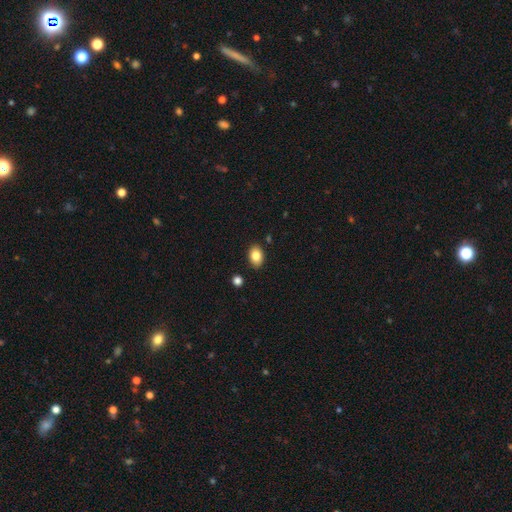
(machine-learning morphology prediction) Q: Smooth or featured?
A: smooth (84%); runner-up: star or artifact (8%)
Q: How rounded?
A: in between (81%); runner-up: round (18%)
Q: Merging?
A: none (87%); runner-up: minor disturbance (8%)